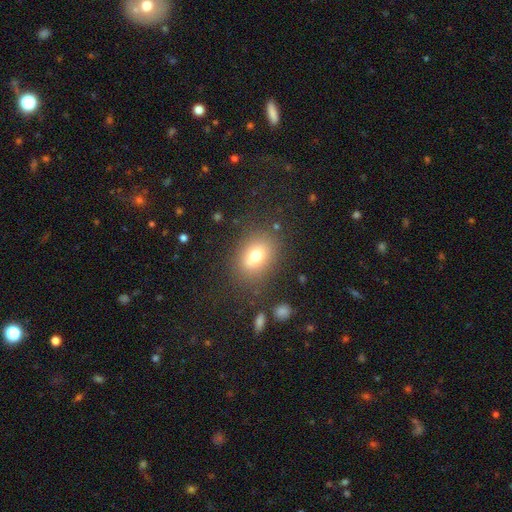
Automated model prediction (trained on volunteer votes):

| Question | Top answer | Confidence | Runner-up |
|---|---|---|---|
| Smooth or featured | smooth | 72% | featured or disk (15%) |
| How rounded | in between | 64% | round (35%) |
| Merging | none | 79% | minor disturbance (12%) |